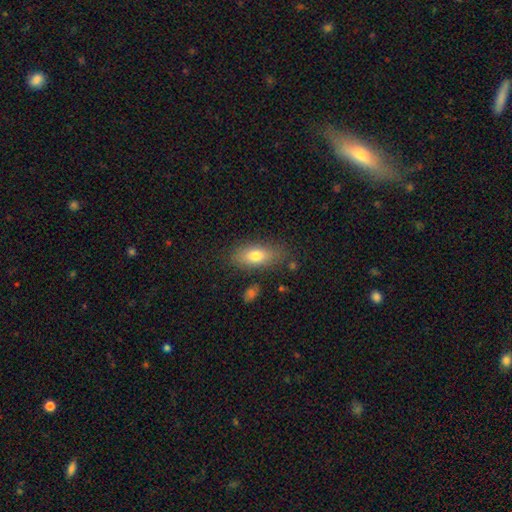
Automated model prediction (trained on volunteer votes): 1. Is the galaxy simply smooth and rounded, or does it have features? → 76% smooth, 16% featured or disk, 8% star or artifact.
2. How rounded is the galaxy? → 83% in between, 11% cigar-shaped, 5% round.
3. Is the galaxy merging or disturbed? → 78% none, 15% minor disturbance, 4% major disturbance, 3% merger.